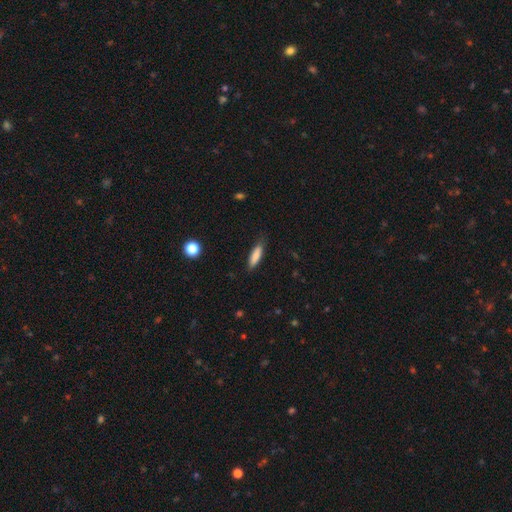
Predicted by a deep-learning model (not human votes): A smooth galaxy with no disk features (83%) that is cigar-shaped (63%).

Vote fractions:
- Smooth or featured? smooth: 83% / featured or disk: 11% / star or artifact: 6%
- How rounded? cigar-shaped: 63% / in between: 35% / round: 2%
- Merging? none: 79% / minor disturbance: 17% / major disturbance: 3% / merger: 1%